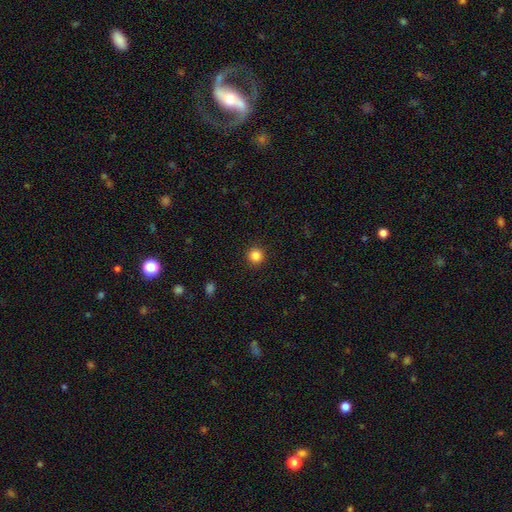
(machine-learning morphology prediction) type=smooth (85%); roundness=round (95%); merging=none (92%).